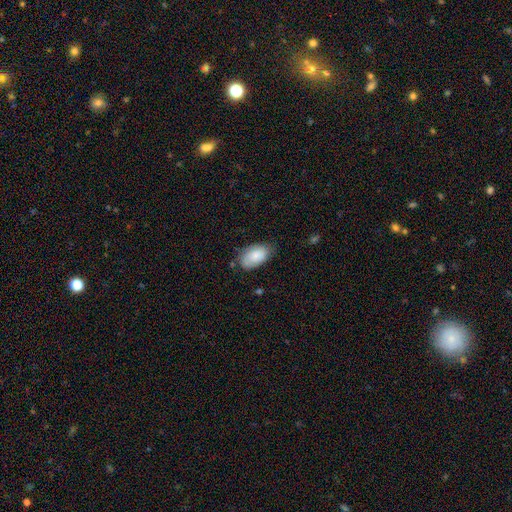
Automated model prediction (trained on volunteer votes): smooth-or-featured: smooth: 81% | featured or disk: 13% | star or artifact: 6%
  how-rounded: in between: 95% | round: 4% | cigar-shaped: 2%
  merging: none: 66% | minor disturbance: 27% | major disturbance: 6% | merger: 2%